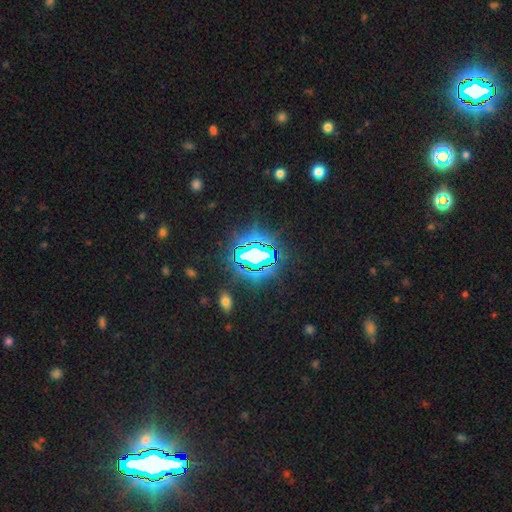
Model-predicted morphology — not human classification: type=star or artifact (73%).